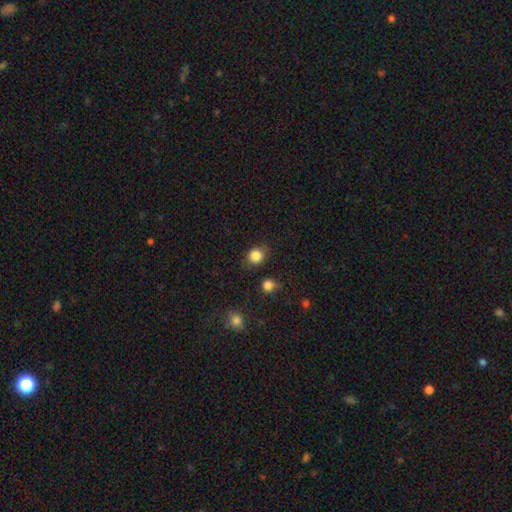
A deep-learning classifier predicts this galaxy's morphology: This is clearly a smooth galaxy (84%). How rounded: likely round (75%). Merging: likely none (78%).